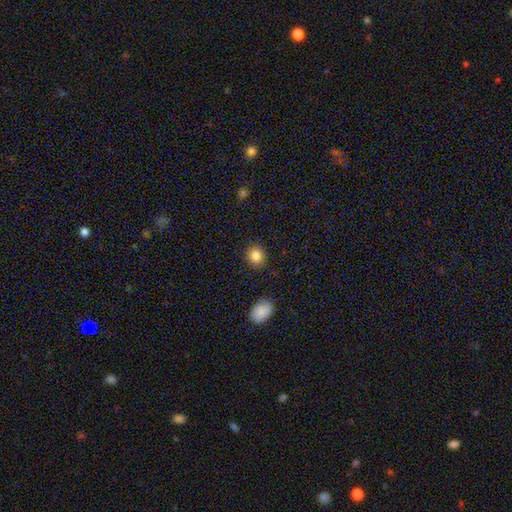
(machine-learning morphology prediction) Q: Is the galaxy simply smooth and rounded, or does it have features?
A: smooth — 85%.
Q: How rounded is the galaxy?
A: round — 80%.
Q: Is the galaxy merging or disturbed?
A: none — 89%.